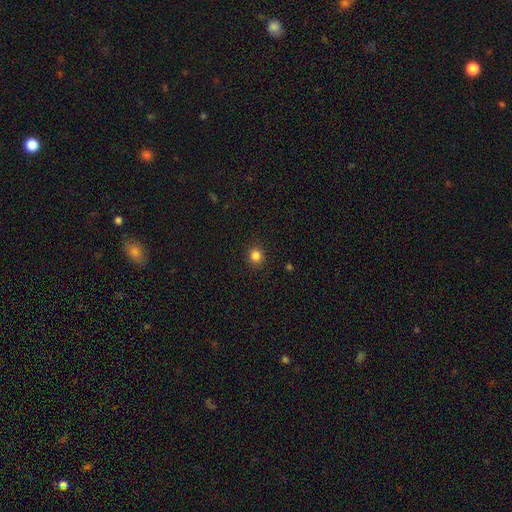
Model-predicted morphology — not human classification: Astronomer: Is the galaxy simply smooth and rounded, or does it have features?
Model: smooth — 83%.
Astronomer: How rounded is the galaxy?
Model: round — 91%.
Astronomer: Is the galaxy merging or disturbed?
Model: none — 91%.